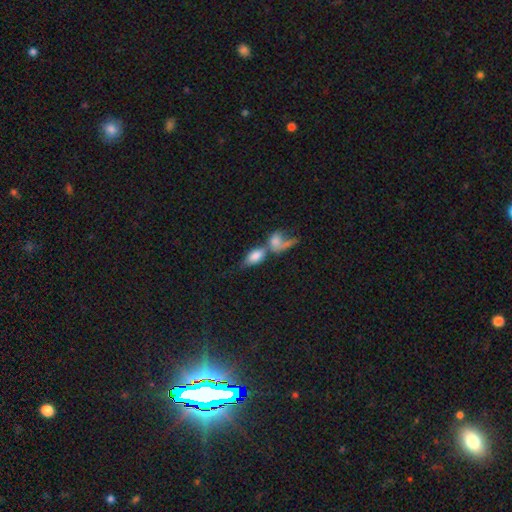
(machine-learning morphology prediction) smooth_or_featured: smooth (p=0.70) [alt: featured or disk p=0.22]
how_rounded: in between (p=0.83) [alt: round p=0.09]
merging: merger (p=0.67) [alt: none p=0.15]